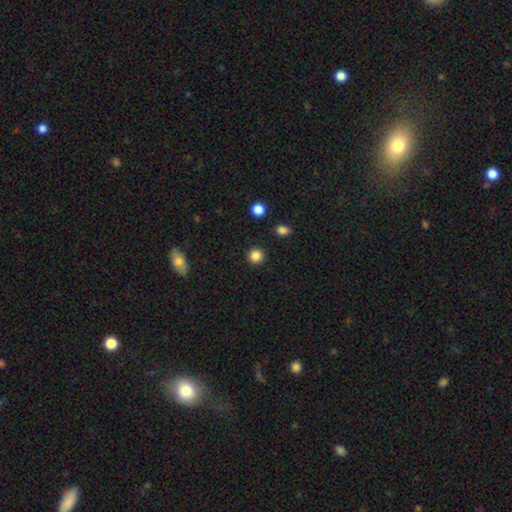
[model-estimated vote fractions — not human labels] The model was most divided on "smooth or featured": smooth: 85%, star or artifact: 11%, featured or disk: 3%. More confident: how rounded — round (95%); merging — none (92%).